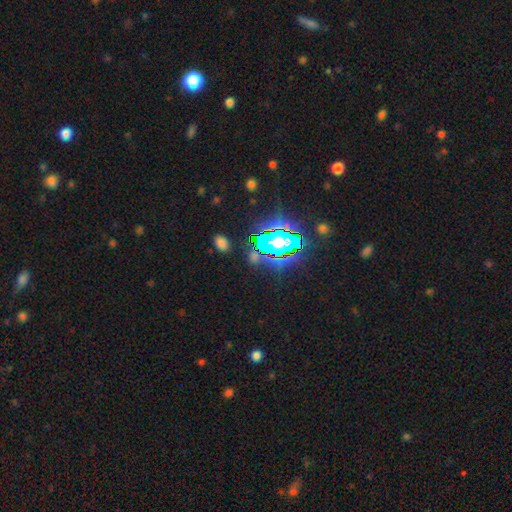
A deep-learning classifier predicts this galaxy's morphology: type=star or artifact (59%).